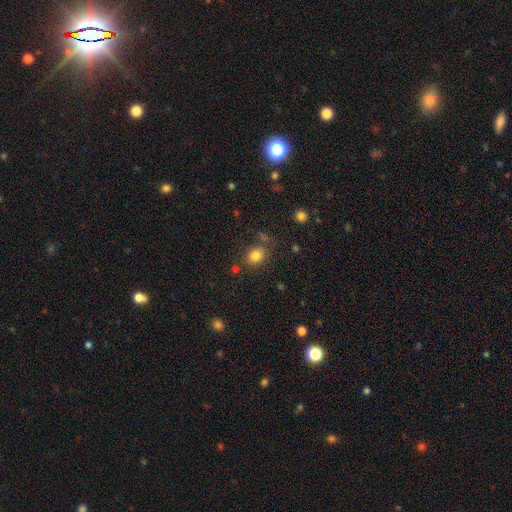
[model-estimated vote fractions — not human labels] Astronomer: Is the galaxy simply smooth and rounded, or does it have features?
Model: smooth — 81%.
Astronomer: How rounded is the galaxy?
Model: round — 58% (runner-up: in between, 41%).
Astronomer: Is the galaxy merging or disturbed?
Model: none — 74%.